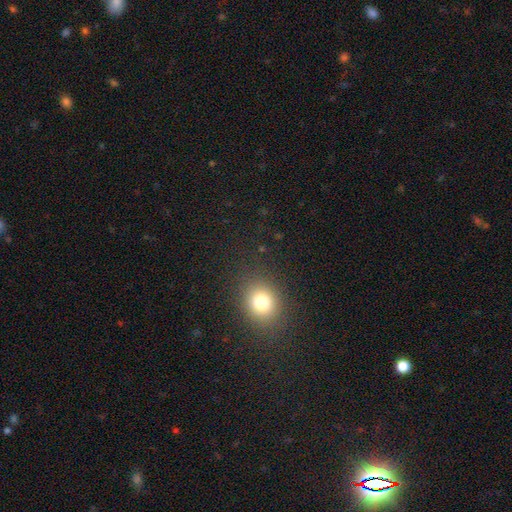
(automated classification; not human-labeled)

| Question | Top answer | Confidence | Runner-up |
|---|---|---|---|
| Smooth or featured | smooth | 71% | star or artifact (23%) |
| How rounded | round | 70% | in between (29%) |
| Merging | none | 91% | minor disturbance (6%) |